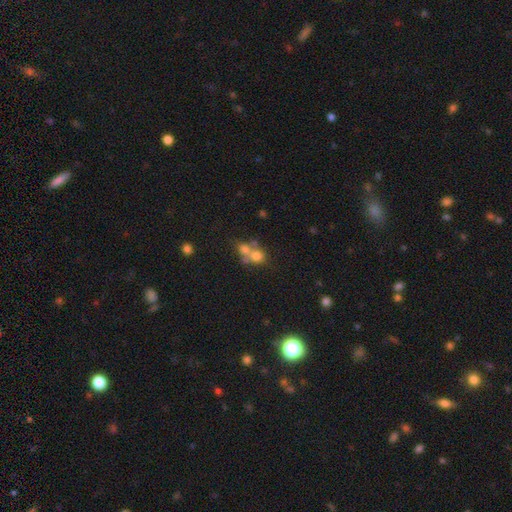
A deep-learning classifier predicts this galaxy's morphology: A smooth galaxy with no disk features (66%) that is round (72%).

Vote fractions:
- Smooth or featured? smooth: 66% / featured or disk: 20% / star or artifact: 14%
- How rounded? round: 72% / in between: 26% / cigar-shaped: 1%
- Merging? merger: 59% / none: 29% / minor disturbance: 7% / major disturbance: 5%